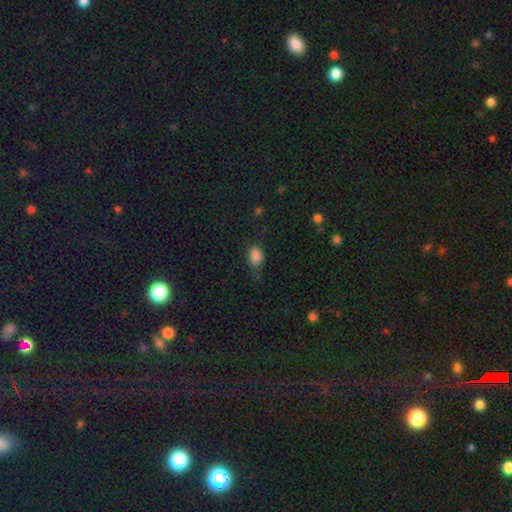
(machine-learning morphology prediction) Smooth or featured? smooth (83%)
How rounded? in between (80%)
Merging? none (55%)